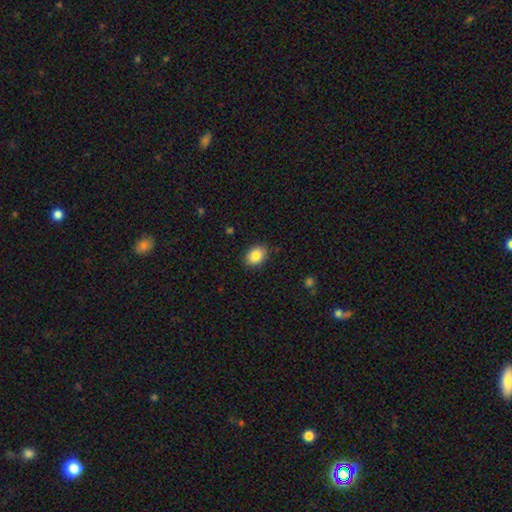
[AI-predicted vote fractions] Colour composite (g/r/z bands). It shows a smooth galaxy with no disk features (86%) that is in between round and cigar-shaped (63%). Merging: none (86%).